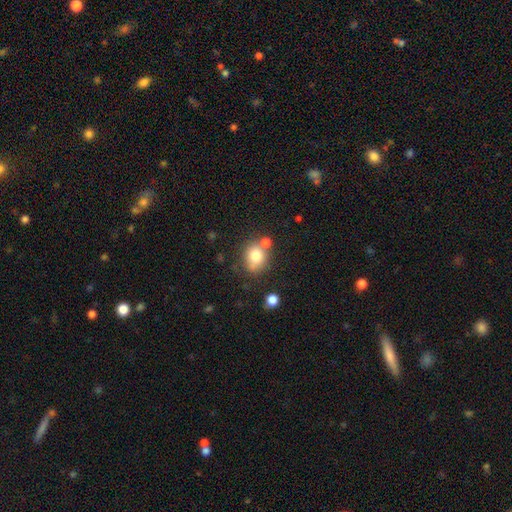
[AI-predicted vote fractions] smooth-or-featured: smooth: 78% | featured or disk: 12% | star or artifact: 10%
  how-rounded: round: 56% | in between: 43% | cigar-shaped: 1%
  merging: none: 58% | merger: 20% | minor disturbance: 16% | major disturbance: 6%